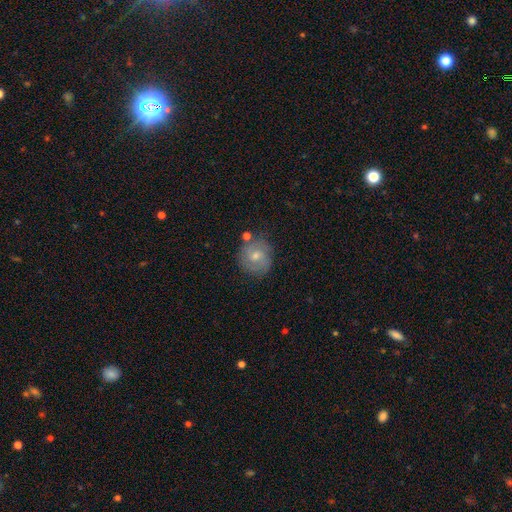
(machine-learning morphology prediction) Q: Smooth or featured?
A: featured or disk (56%); runner-up: smooth (33%)
Q: Edge-on disk?
A: no (97%); runner-up: yes (3%)
Q: Bar?
A: no (59%); runner-up: weak (35%)
Q: Spiral arms?
A: yes (84%); runner-up: no (16%)
Q: Bulge size?
A: moderate (58%); runner-up: small (37%)
Q: Merging?
A: none (78%); runner-up: minor disturbance (14%)